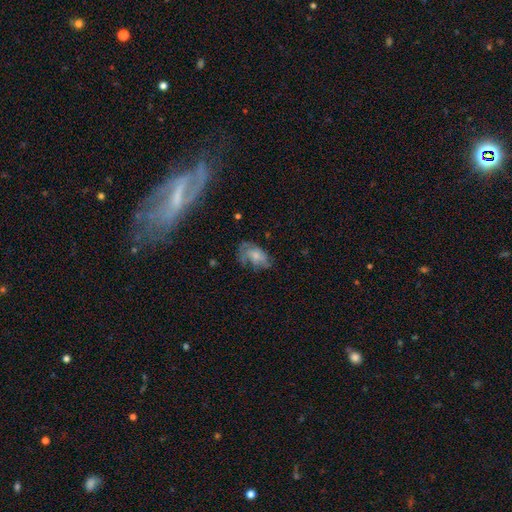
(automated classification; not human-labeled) This appears to be a featured or disk galaxy (47%). Merging: none (48%).